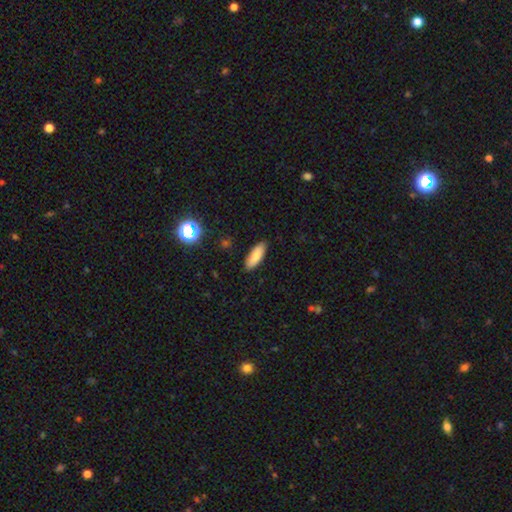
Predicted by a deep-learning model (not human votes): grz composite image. It shows a smooth galaxy with no disk features (82%) that is in between round and cigar-shaped (64%). Merging: none (88%).